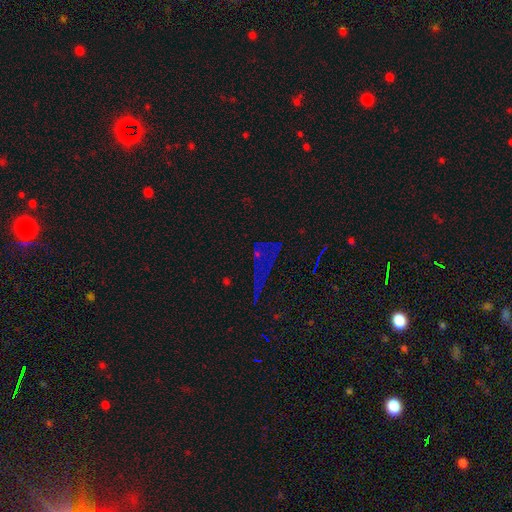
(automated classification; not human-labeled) star or artifact 61%, smooth 20%, featured or disk 19%.